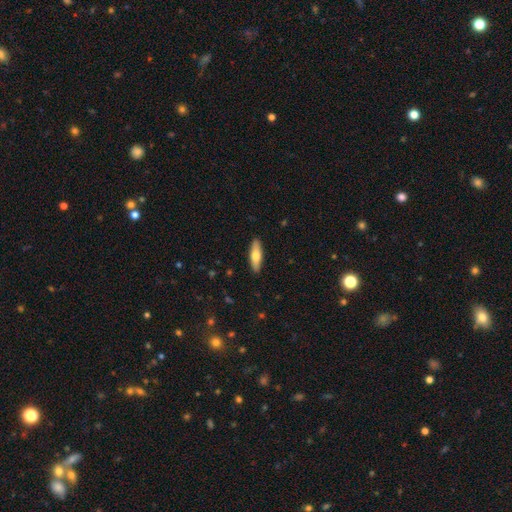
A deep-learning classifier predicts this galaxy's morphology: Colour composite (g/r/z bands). It shows a smooth galaxy with no disk features (65%) that is cigar-shaped (56%). Merging: none (90%).